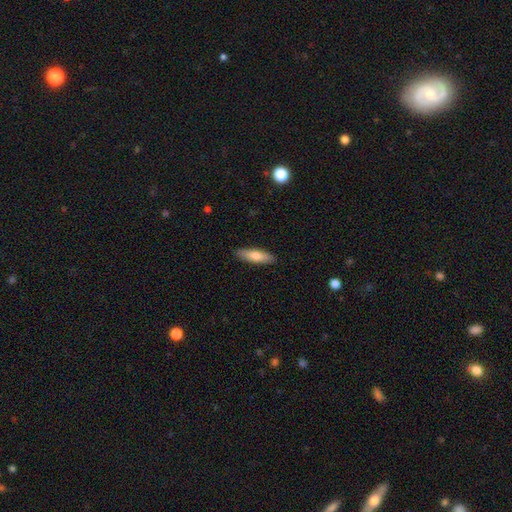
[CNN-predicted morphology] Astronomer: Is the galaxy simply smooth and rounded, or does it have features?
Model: smooth — 74%.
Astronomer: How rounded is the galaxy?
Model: cigar-shaped — 60% (runner-up: in between, 38%).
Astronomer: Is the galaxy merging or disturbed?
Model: none — 89%.